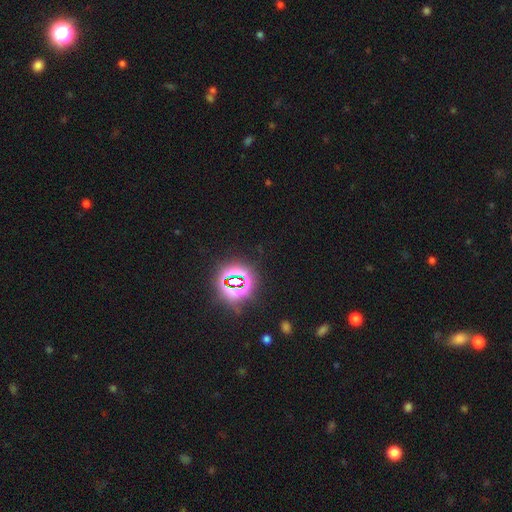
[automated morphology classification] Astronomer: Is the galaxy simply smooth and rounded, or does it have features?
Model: star or artifact — 81%.